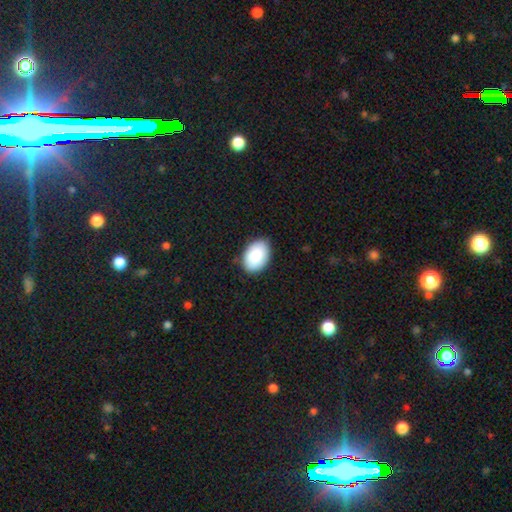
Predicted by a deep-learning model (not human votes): This is clearly a smooth galaxy (89%). How rounded: clearly in between (89%). Merging: clearly none (85%).